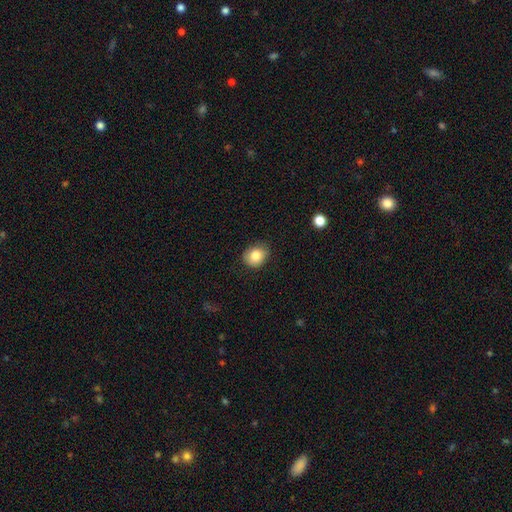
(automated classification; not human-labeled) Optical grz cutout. It shows a smooth galaxy with no disk features (83%) that is round (60%). Merging: none (81%).